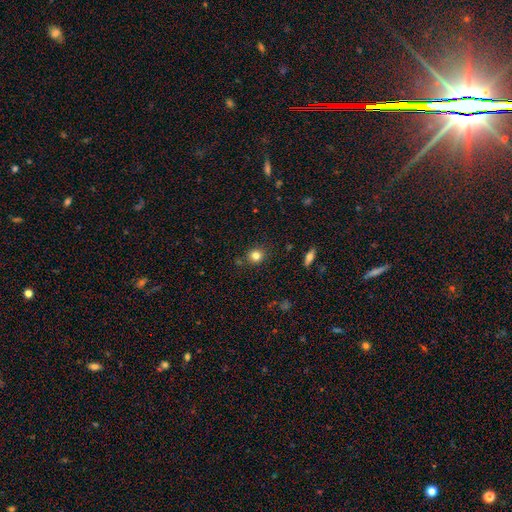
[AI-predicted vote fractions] This appears to be a smooth galaxy with no disk features (81%) that is round (86%). Merging: none (85%).